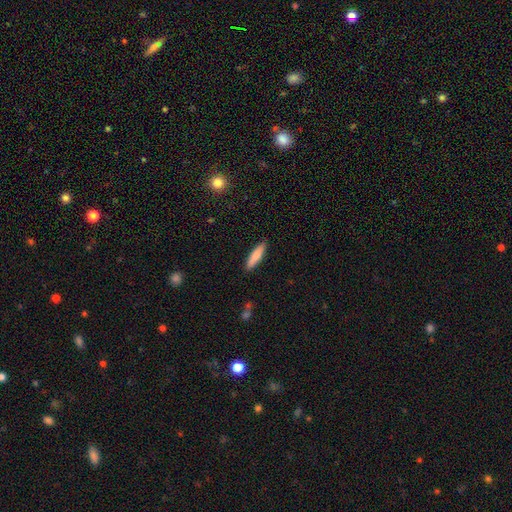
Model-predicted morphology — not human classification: smooth 77%, featured or disk 17%, star or artifact 6%. Down the decision tree: how rounded — cigar-shaped (78%); merging — none (88%).